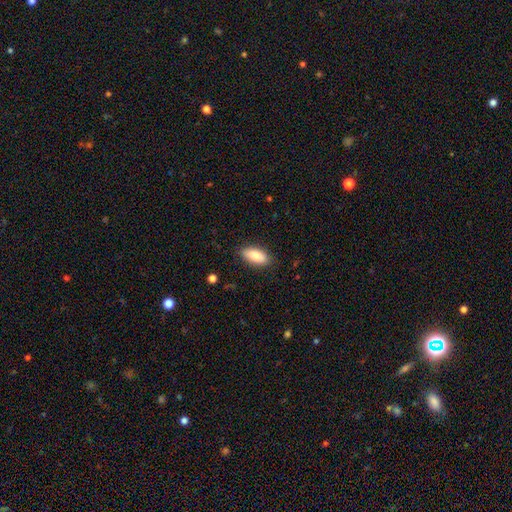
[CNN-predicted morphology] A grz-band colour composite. It shows a smooth galaxy with no disk features (85%) that is in between round and cigar-shaped (86%). Merging: none (86%).